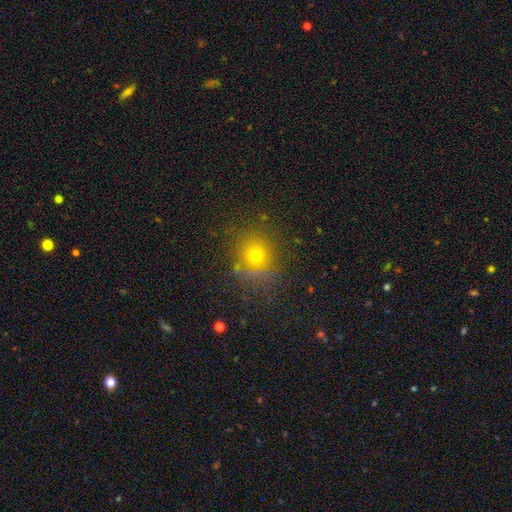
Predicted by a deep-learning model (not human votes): Smooth or featured?
  - smooth: 66% *
  - star or artifact: 22%
  - featured or disk: 12%
How rounded?
  - round: 86% *
  - in between: 13%
  - cigar-shaped: 1%
Merging?
  - none: 78% *
  - minor disturbance: 13%
  - major disturbance: 6%
  - merger: 3%